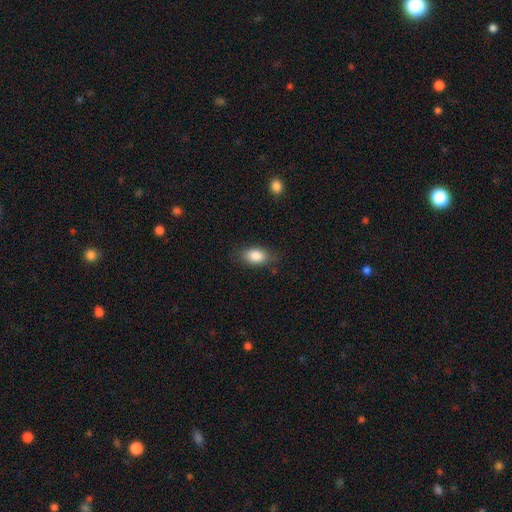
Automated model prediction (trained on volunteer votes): Smooth or featured? smooth (86%)
How rounded? in between (87%)
Merging? none (79%)